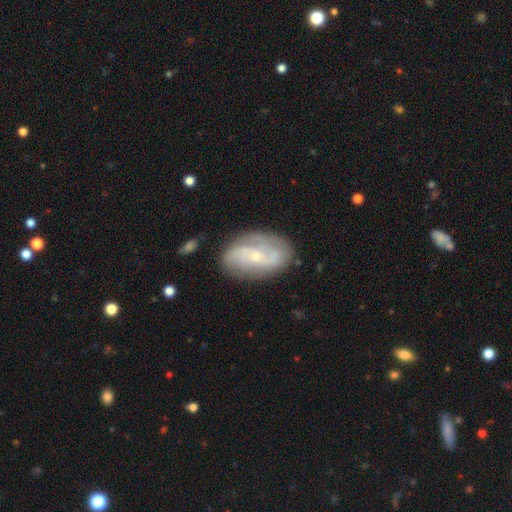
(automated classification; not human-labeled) featured or disk 80%, smooth 14%, star or artifact 6%. Down the decision tree: edge-on disk — no (96%); bar — no (60%); spiral arms — yes (92%); spiral arm count — 2 (63%); spiral winding — medium (42%); bulge size — small (74%); merging — none (75%).